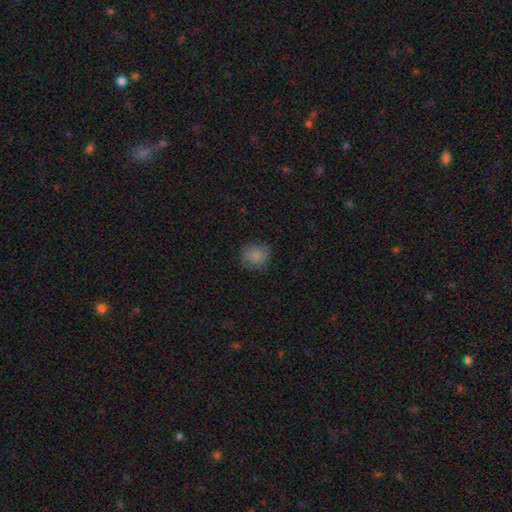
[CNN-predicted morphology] Overall: smooth (85%). How rounded: round (85%). Merging: none (81%).